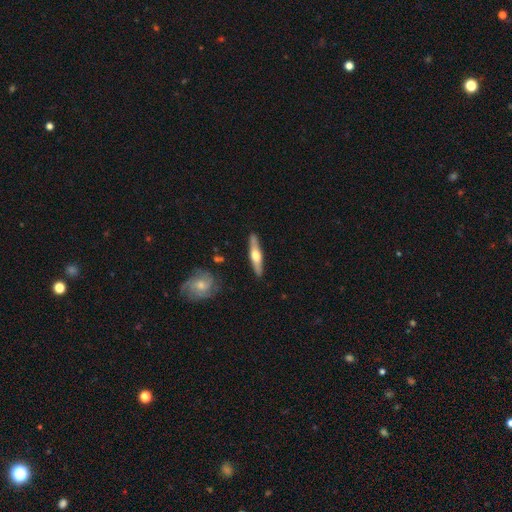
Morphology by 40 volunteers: smooth_or_featured: featured or disk (p=0.70) [alt: smooth p=0.28]
disk_edge_on: yes (p=1.00)
edge_on_bulge: rounded (p=1.00)
merging: none (p=0.87) [alt: minor disturbance p=0.10]